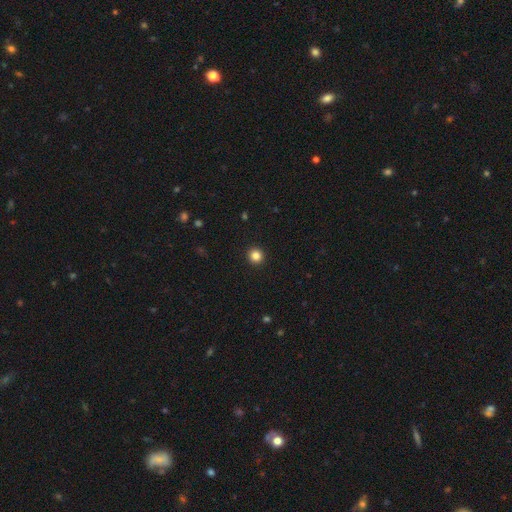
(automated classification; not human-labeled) A smooth galaxy with no disk features (84%) that is round (95%). Merging: none (93%).